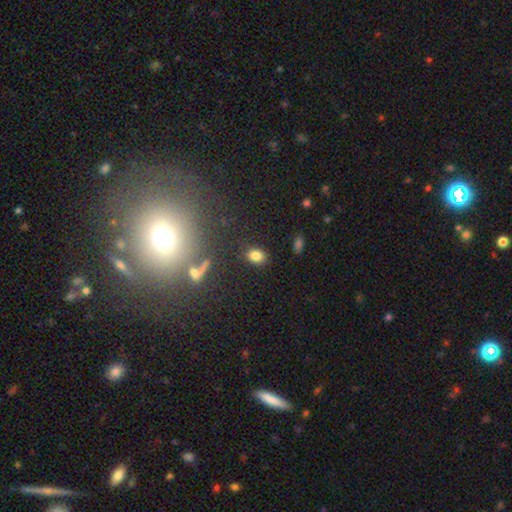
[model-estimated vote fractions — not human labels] Smooth or featured? Predicted: smooth (p=0.81). How rounded? Predicted: in between (p=0.67). Merging? Predicted: none (p=0.84).